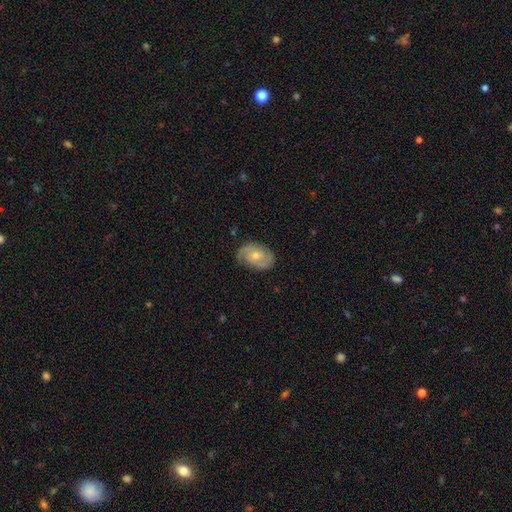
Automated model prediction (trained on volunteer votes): The model was most divided on "spiral winding": medium: 45%, tight: 39%, loose: 16%. More confident: edge-on disk — no (96%); spiral arms — yes (90%); spiral arm count — 2 (77%); merging — none (75%); smooth or featured — featured or disk (70%); bar — no (62%); bulge size — moderate (52%).